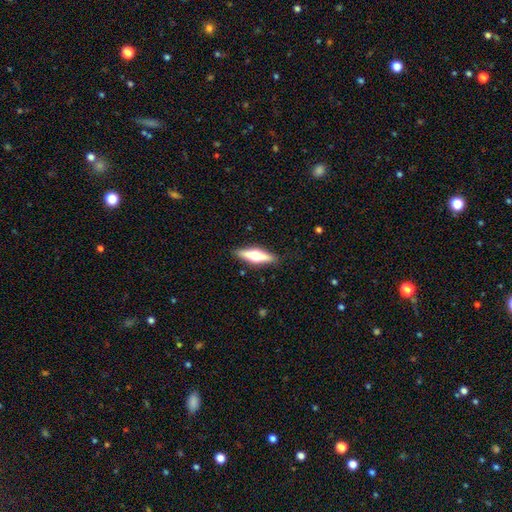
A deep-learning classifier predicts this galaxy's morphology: Overall: featured or disk (57%; smooth 37%). Edge-on disk: yes (95%). Edge-on bulge: rounded (94%). Merging: none (89%).